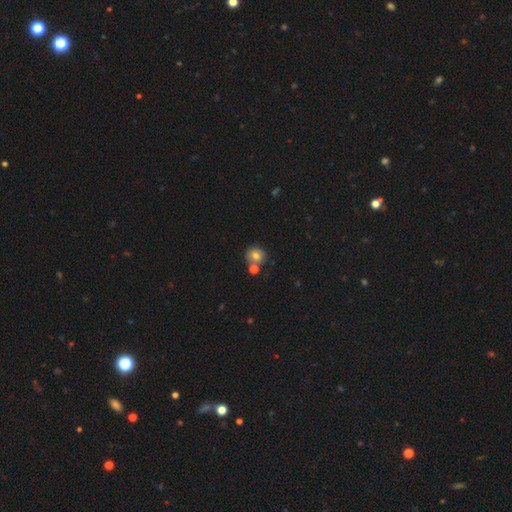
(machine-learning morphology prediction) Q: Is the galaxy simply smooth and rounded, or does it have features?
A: smooth — 74%.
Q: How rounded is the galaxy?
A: round — 81%.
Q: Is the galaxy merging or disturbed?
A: none — 65%.